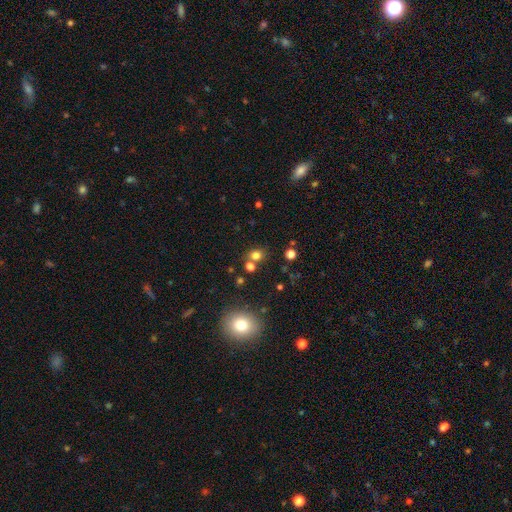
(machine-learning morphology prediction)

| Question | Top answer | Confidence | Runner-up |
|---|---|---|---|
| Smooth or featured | smooth | 75% | star or artifact (18%) |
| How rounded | round | 67% | in between (32%) |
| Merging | none | 67% | merger (20%) |